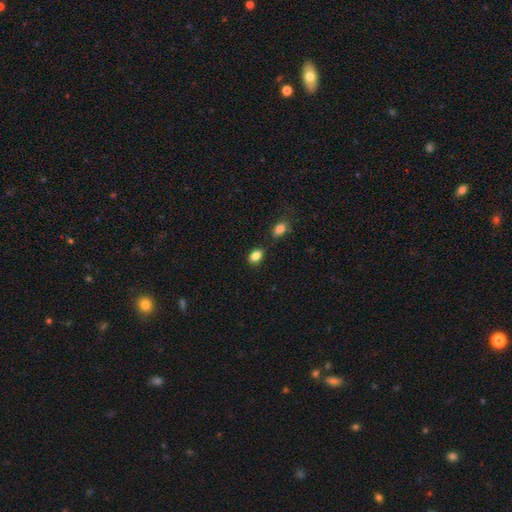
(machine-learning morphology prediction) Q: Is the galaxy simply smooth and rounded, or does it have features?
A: smooth — 86%.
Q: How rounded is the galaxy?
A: in between — 83%.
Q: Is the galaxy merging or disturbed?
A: none — 73%.